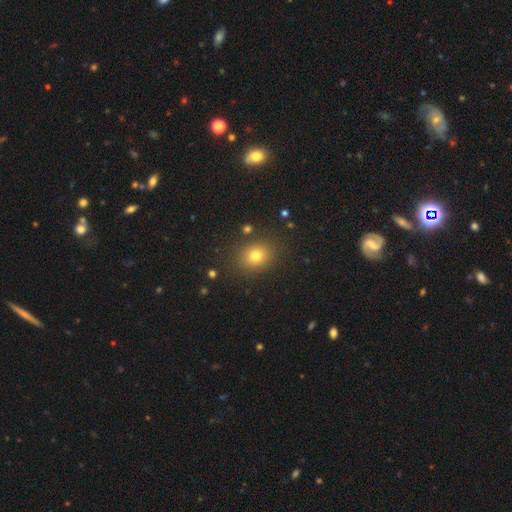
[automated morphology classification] Q: Smooth or featured?
A: smooth (76%); runner-up: star or artifact (15%)
Q: How rounded?
A: round (61%); runner-up: in between (38%)
Q: Merging?
A: none (86%); runner-up: minor disturbance (9%)